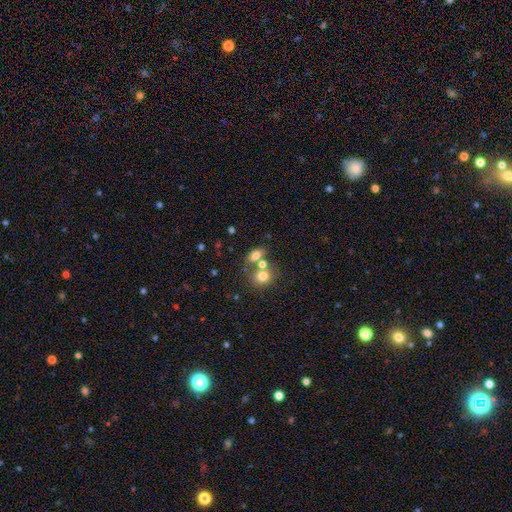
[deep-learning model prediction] Smooth or featured? Predicted: smooth (p=0.71). How rounded? Predicted: in between (p=0.68). Merging? Predicted: merger (p=0.43).